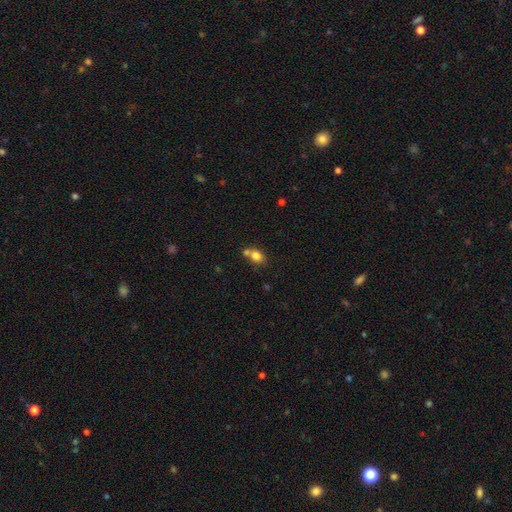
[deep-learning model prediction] Q: Smooth or featured?
A: smooth (78%); runner-up: featured or disk (12%)
Q: How rounded?
A: in between (56%); runner-up: round (43%)
Q: Merging?
A: merger (44%); runner-up: none (41%)